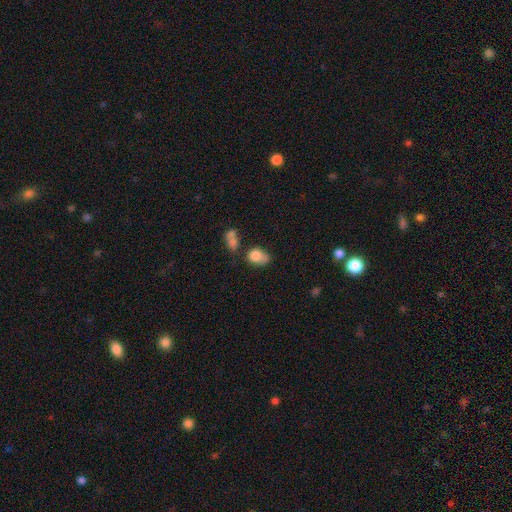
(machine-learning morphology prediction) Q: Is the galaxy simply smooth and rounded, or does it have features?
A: smooth — 78%.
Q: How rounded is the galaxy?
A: in between — 60%.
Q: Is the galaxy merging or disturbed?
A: none — 35%.